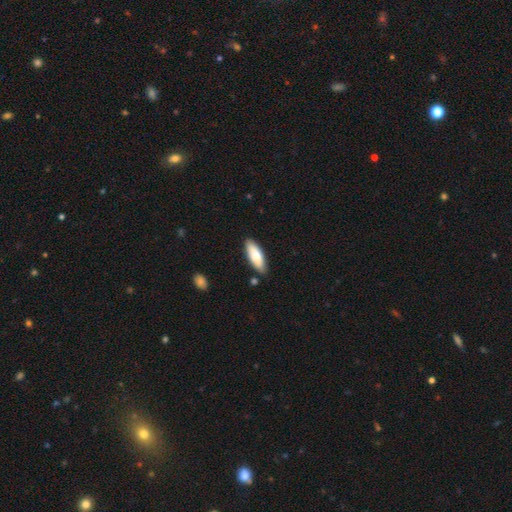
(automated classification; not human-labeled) This is likely a smooth galaxy (76%). How rounded: likely in between (64%). Merging: clearly none (85%).